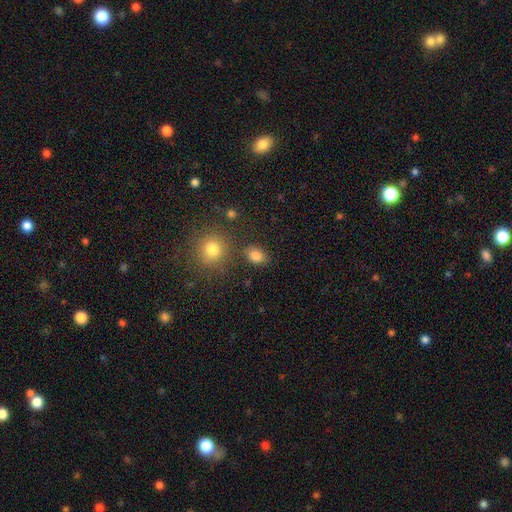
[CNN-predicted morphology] The model was most divided on "how rounded": in between: 68%, round: 31%, cigar-shaped: 1%. More confident: smooth or featured — smooth (83%); merging — none (80%).